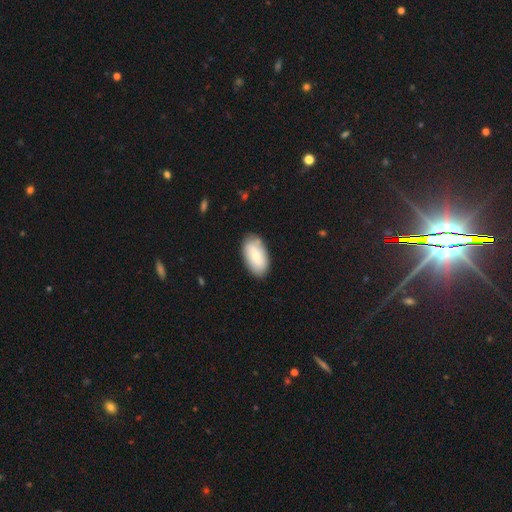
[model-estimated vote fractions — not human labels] This is likely a smooth galaxy (74%). How rounded: clearly in between (95%). Merging: clearly none (80%).